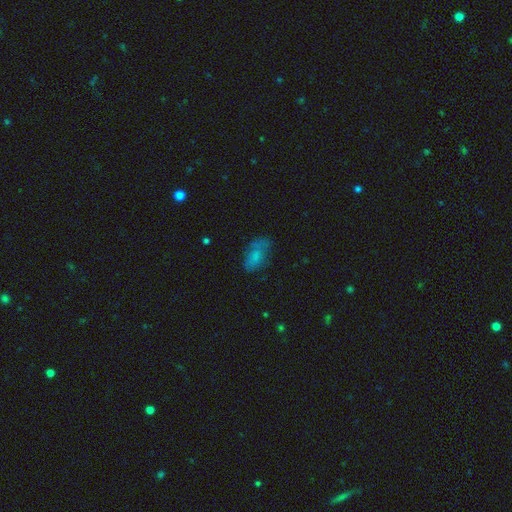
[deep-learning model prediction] Smooth or featured?
  - smooth: 67% *
  - featured or disk: 21%
  - star or artifact: 12%
How rounded?
  - in between: 90% *
  - round: 6%
  - cigar-shaped: 4%
Merging?
  - none: 51% *
  - minor disturbance: 29%
  - major disturbance: 17%
  - merger: 3%